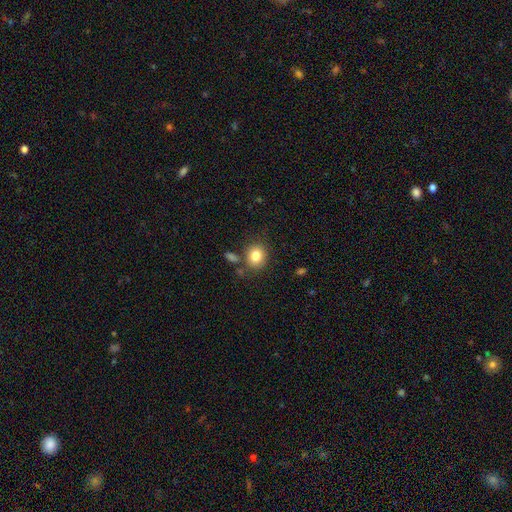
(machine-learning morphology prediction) smooth-or-featured: smooth: 82% | star or artifact: 10% | featured or disk: 8%
  how-rounded: round: 70% | in between: 29% | cigar-shaped: 1%
  merging: none: 77% | minor disturbance: 12% | merger: 8% | major disturbance: 4%